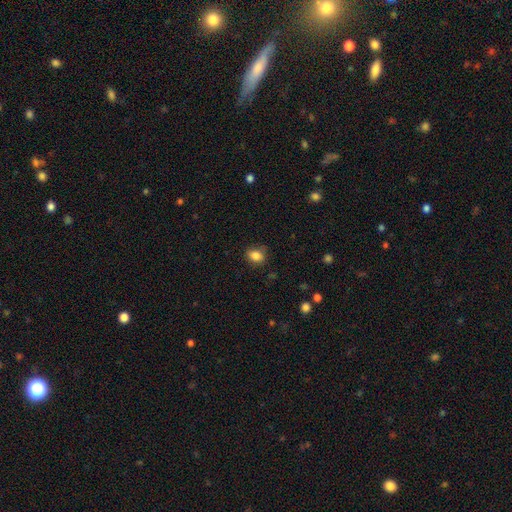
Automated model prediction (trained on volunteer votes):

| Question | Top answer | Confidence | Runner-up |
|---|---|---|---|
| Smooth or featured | smooth | 85% | star or artifact (10%) |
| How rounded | in between | 56% | round (43%) |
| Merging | none | 78% | minor disturbance (17%) |